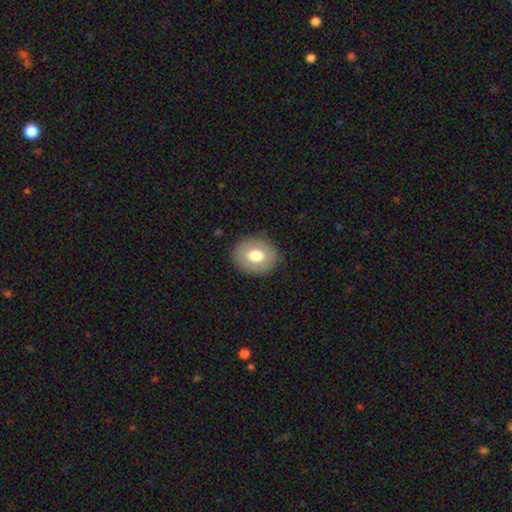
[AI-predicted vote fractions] smooth 68%, featured or disk 25%, star or artifact 7%. Down the decision tree: how rounded — in between (59%); merging — none (86%).